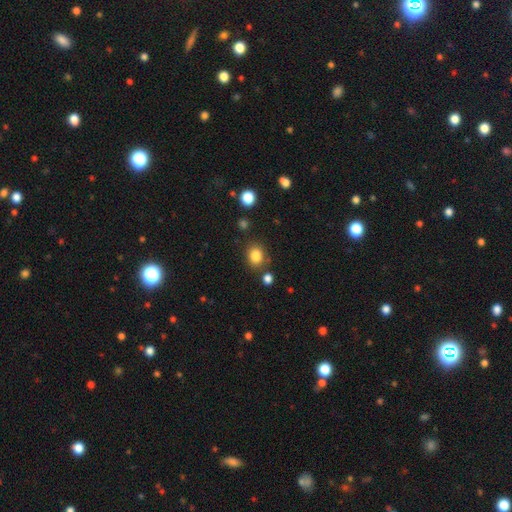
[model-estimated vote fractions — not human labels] smooth-or-featured: smooth: 84% | star or artifact: 11% | featured or disk: 5%
  how-rounded: round: 60% | in between: 39% | cigar-shaped: 1%
  merging: none: 79% | minor disturbance: 11% | merger: 6% | major disturbance: 4%